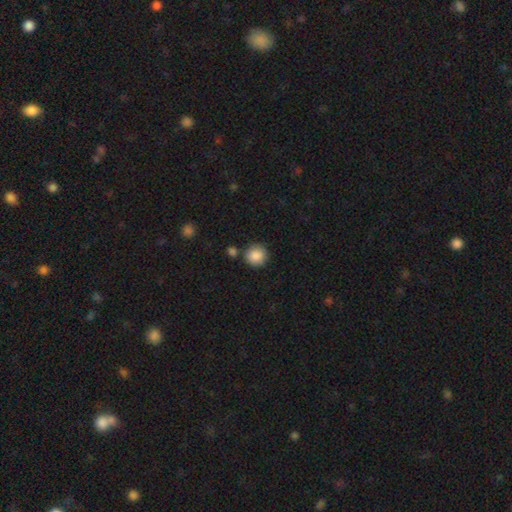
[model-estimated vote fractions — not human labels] smooth_or_featured: smooth (p=0.88) [alt: star or artifact p=0.08]
how_rounded: round (p=0.91) [alt: in between p=0.08]
merging: none (p=0.80) [alt: minor disturbance p=0.10]